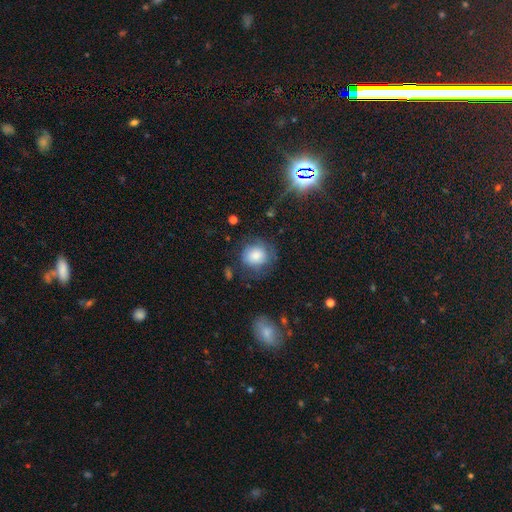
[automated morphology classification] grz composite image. It shows a smooth galaxy with no disk features (73%) that is round (80%). Merging: none (62%).